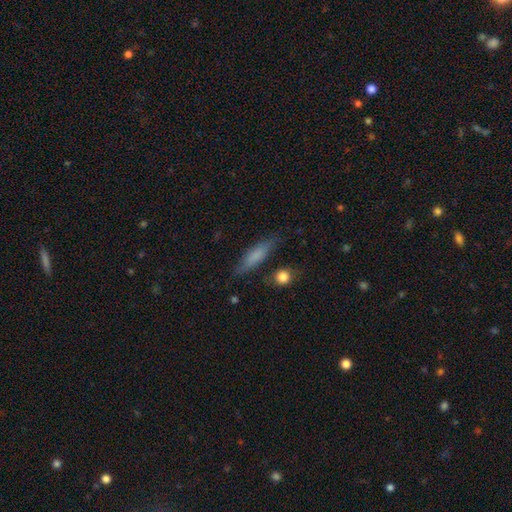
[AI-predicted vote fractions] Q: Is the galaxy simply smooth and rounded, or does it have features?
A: smooth — 70%.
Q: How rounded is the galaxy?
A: cigar-shaped — 70%.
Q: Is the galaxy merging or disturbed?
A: none — 77%.